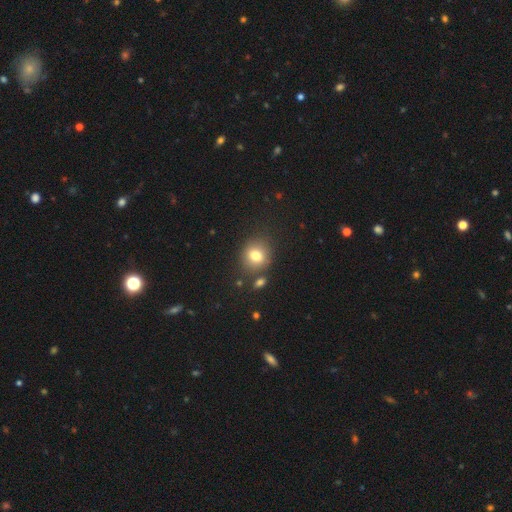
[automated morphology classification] A smooth galaxy with no disk features (78%) that is round (76%).

Vote fractions:
- Smooth or featured? smooth: 78% / star or artifact: 12% / featured or disk: 10%
- How rounded? round: 76% / in between: 23% / cigar-shaped: 1%
- Merging? none: 76% / minor disturbance: 11% / merger: 9% / major disturbance: 4%